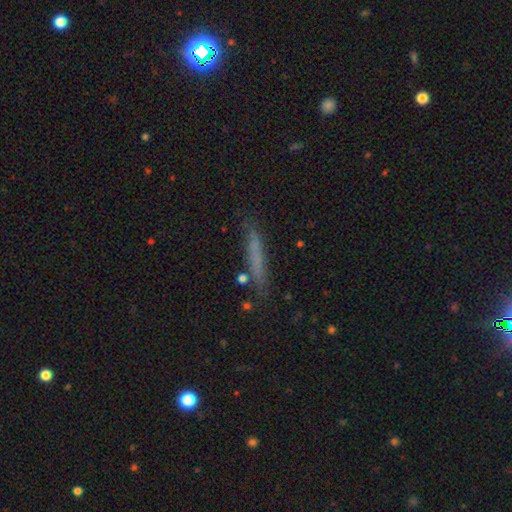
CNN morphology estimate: type=smooth (60%); roundness=cigar-shaped (94%); merging=none (84%).